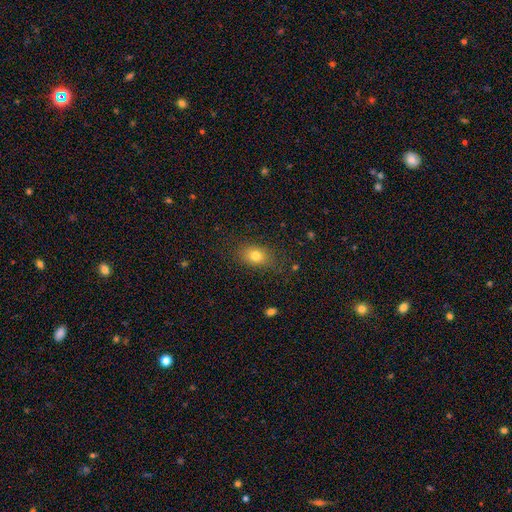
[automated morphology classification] smooth 78%, star or artifact 11%, featured or disk 11%. Down the decision tree: how rounded — in between (73%); merging — none (79%).